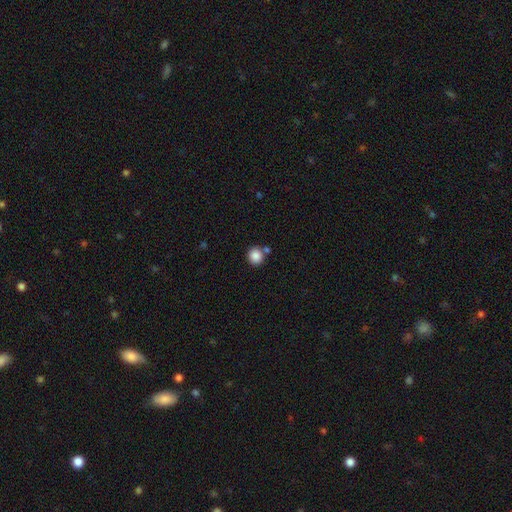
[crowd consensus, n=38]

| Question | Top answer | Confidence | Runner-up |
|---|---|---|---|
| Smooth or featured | smooth | 92% | star or artifact (5%) |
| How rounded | round | 91% | in between (9%) |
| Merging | none | 69% | merger (22%) |